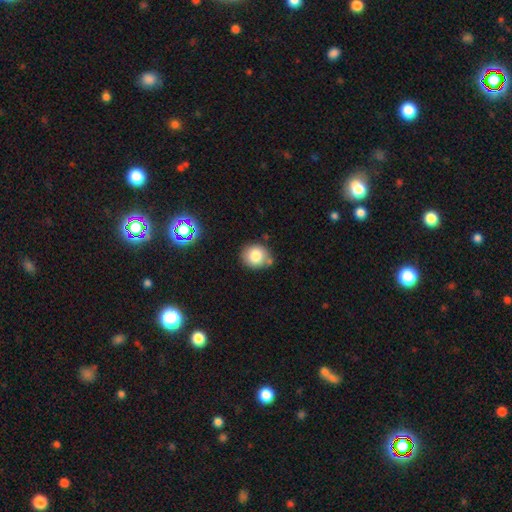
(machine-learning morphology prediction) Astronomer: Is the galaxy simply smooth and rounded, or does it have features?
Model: smooth — 81%.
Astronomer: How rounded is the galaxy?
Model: round — 78%.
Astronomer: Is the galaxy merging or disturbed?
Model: none — 72%.